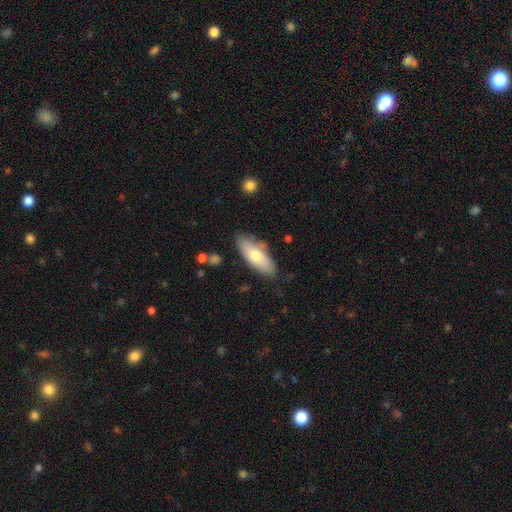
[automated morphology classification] A smooth galaxy with no disk features (69%) that is in between round and cigar-shaped (76%). Merging: none (78%).